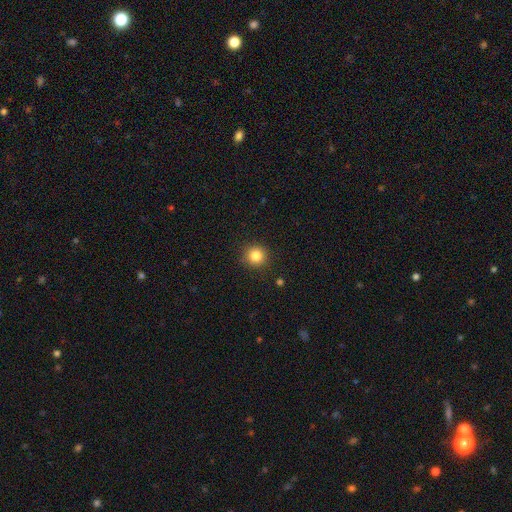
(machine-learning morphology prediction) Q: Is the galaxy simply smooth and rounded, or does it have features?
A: smooth — 84%.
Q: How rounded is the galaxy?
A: round — 93%.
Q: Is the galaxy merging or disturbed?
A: none — 89%.